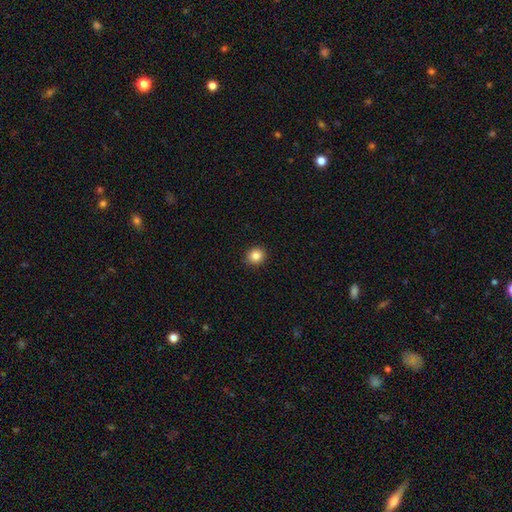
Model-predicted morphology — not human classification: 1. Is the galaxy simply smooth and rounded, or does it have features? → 85% smooth, 10% star or artifact, 5% featured or disk.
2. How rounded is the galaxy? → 77% round, 22% in between, 1% cigar-shaped.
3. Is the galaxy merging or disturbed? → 91% none, 6% minor disturbance, 2% major disturbance, 1% merger.